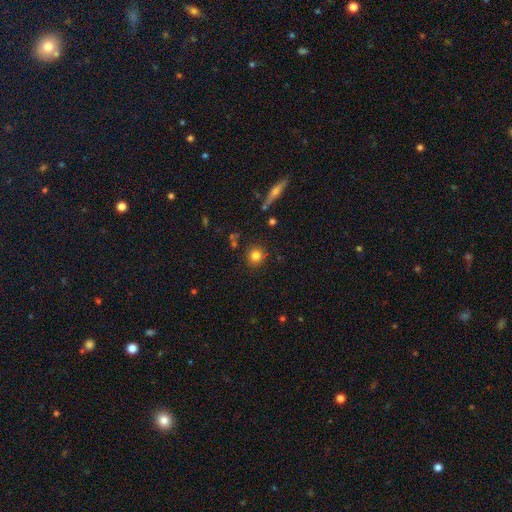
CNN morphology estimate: This is clearly a smooth galaxy (81%). How rounded: clearly round (92%). Merging: clearly none (87%).